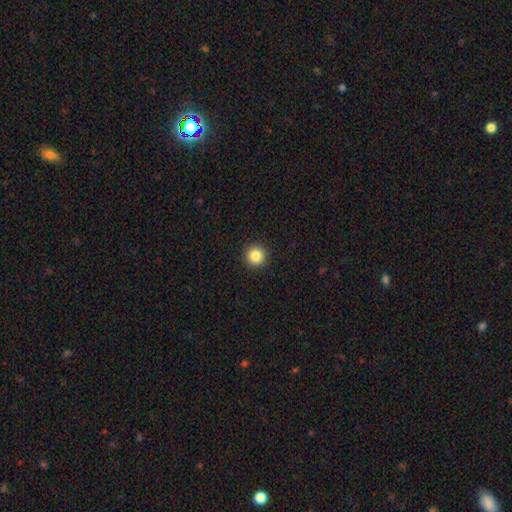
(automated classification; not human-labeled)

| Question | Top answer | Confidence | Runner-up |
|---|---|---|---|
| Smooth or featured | smooth | 84% | star or artifact (11%) |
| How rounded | round | 96% | in between (4%) |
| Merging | none | 93% | minor disturbance (4%) |